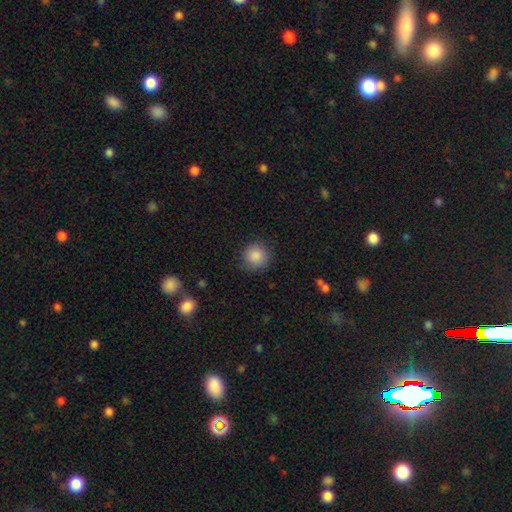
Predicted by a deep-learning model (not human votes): Smooth or featured? Predicted: smooth (p=0.87). How rounded? Predicted: round (p=0.94). Merging? Predicted: none (p=0.88).